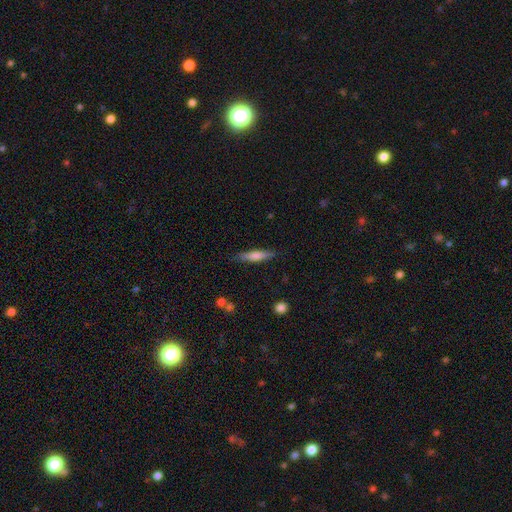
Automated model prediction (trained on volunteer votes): Morphology: type=smooth (61%); roundness=cigar-shaped (85%); merging=none (86%).